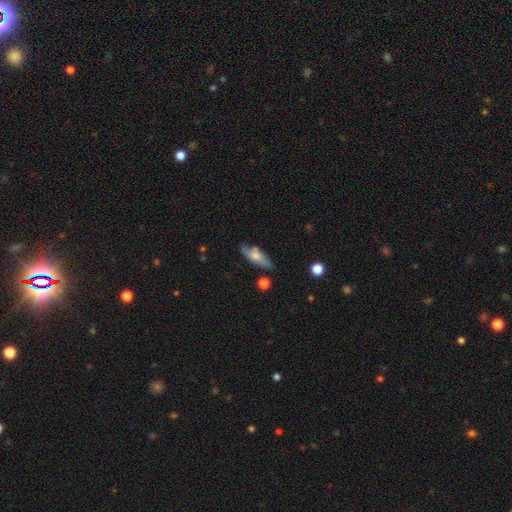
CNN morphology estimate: Overall: smooth (59%; featured or disk 35%). How rounded: in between (57%; cigar-shaped 39%). Merging: none (69%).